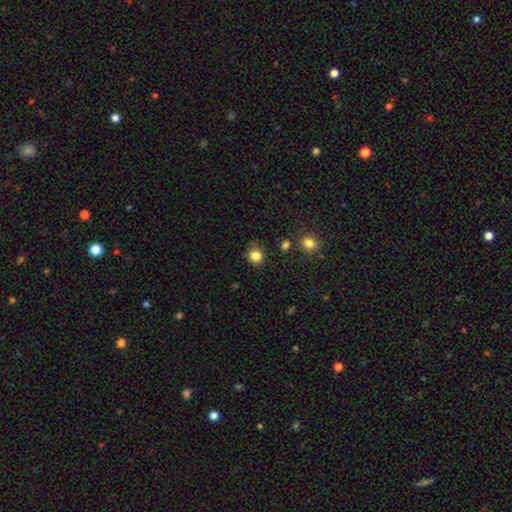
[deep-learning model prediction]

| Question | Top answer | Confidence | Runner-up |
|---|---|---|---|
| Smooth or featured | smooth | 84% | star or artifact (11%) |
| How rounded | round | 86% | in between (13%) |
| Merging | none | 79% | minor disturbance (15%) |